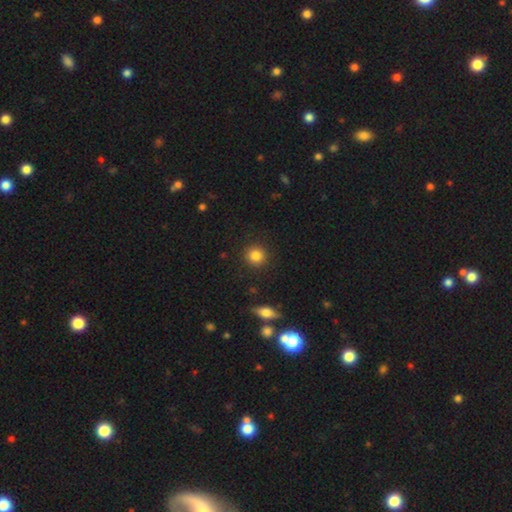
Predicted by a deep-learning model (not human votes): A smooth galaxy with no disk features (84%) that is round (91%).

Vote fractions:
- Smooth or featured? smooth: 84% / star or artifact: 10% / featured or disk: 6%
- How rounded? round: 91% / in between: 8% / cigar-shaped: 1%
- Merging? none: 91% / minor disturbance: 6% / major disturbance: 2% / merger: 2%